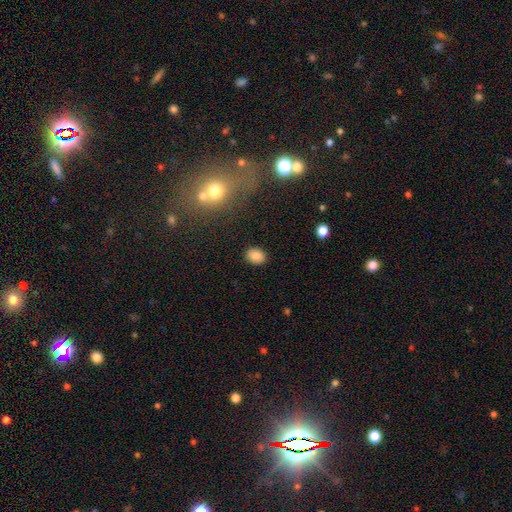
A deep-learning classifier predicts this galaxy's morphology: Smooth or featured? smooth (85%)
How rounded? in between (62%)
Merging? none (88%)